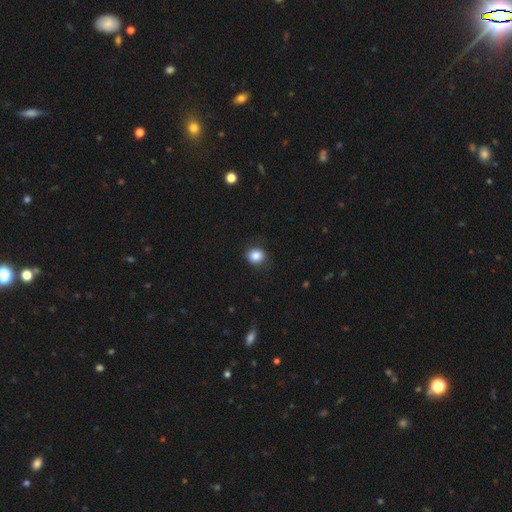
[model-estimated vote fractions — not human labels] A smooth galaxy with no disk features (86%) that is round (67%).

Vote fractions:
- Smooth or featured? smooth: 86% / star or artifact: 10% / featured or disk: 4%
- How rounded? round: 67% / in between: 32% / cigar-shaped: 1%
- Merging? none: 87% / minor disturbance: 10% / major disturbance: 3% / merger: 1%